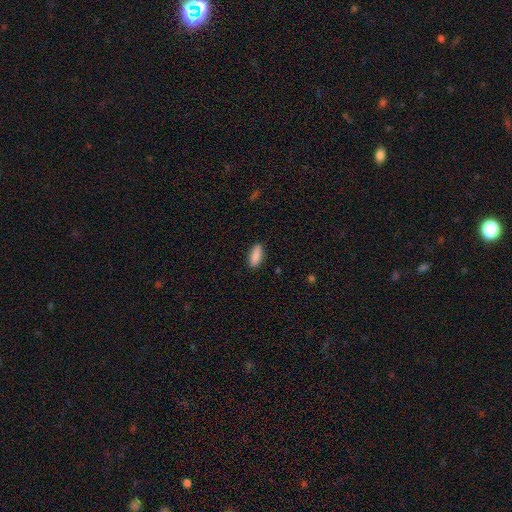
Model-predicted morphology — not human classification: Overall: smooth (89%). How rounded: in between (76%). Merging: none (88%).